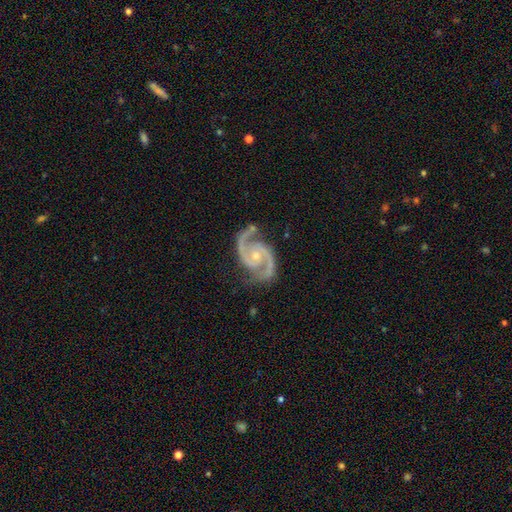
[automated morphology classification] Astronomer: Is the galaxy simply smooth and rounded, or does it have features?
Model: featured or disk — 94%.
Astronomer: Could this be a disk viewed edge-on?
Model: no — 98%.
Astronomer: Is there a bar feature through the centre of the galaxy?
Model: no — 61%.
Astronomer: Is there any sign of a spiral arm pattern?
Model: yes — 99%.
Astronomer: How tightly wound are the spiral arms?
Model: medium — 65%.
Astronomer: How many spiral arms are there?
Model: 2 — 94%.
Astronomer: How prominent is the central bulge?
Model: small — 63%.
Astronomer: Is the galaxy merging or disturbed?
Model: none — 77%.